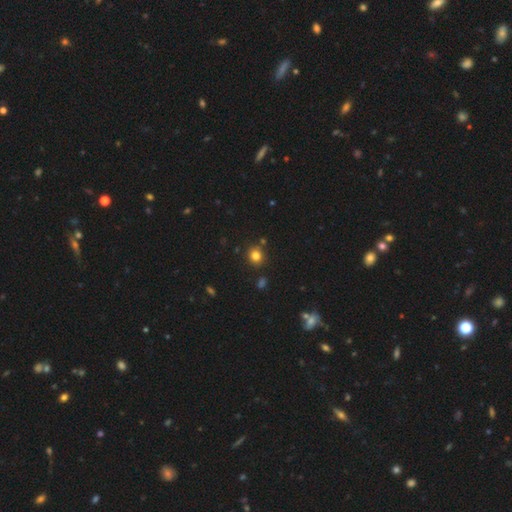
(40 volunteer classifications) A smooth galaxy with no disk features (92%) that is round (73%). Merging: none (85%).